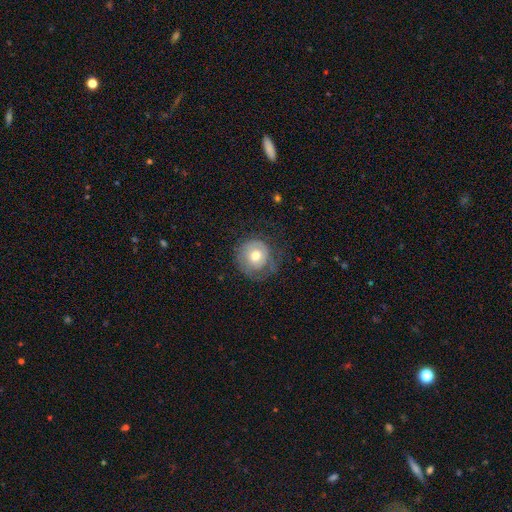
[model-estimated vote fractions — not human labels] Morphology: type=smooth (56%); roundness=round (88%); merging=none (56%).